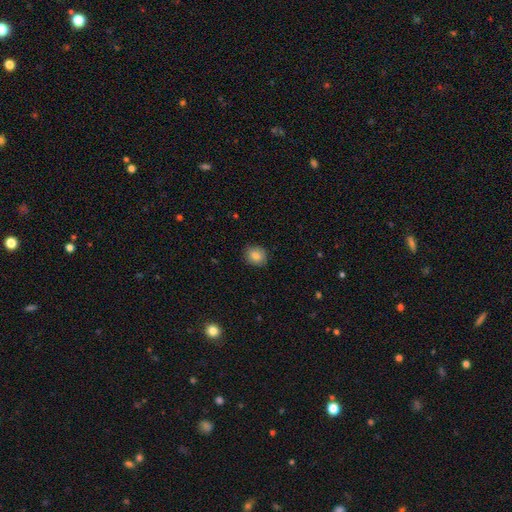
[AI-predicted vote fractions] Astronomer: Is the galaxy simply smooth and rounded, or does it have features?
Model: smooth — 83%.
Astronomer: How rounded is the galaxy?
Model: round — 72%.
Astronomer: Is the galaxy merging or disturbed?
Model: none — 87%.